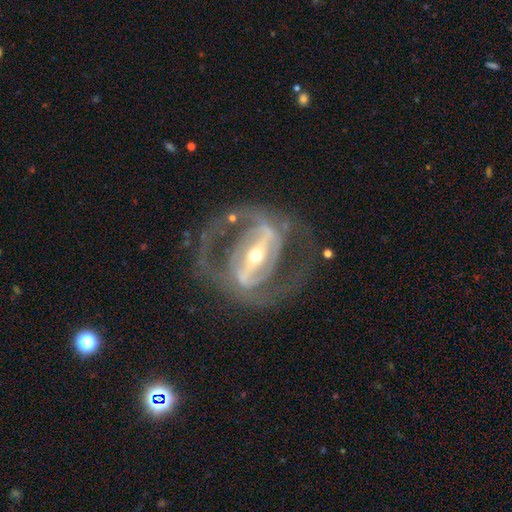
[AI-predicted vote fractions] The model was most divided on "bulge size": small: 54%, moderate: 40%, large: 4%, dominant: 1%, none: 1%. More confident: edge-on disk — no (94%); smooth or featured — featured or disk (89%); spiral arms — yes (84%); spiral arm count — 2 (82%); bar — strong (75%); merging — none (66%); spiral winding — medium (50%).